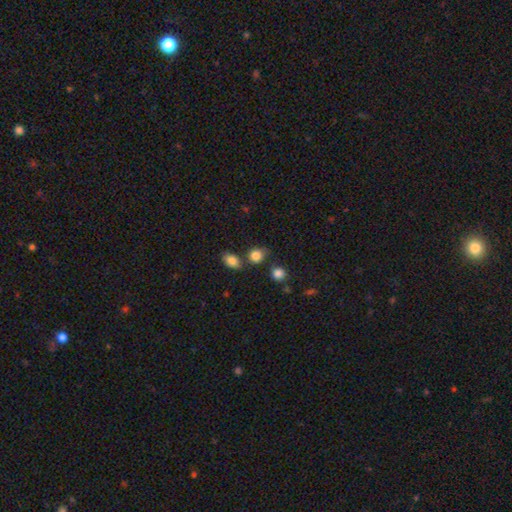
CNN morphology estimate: This is clearly a smooth galaxy (83%). How rounded: likely round (66%). Merging: likely none (66%).